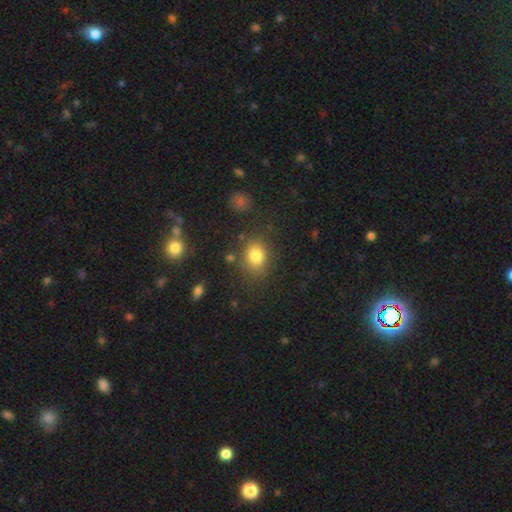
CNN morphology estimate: A smooth galaxy with no disk features (81%) that is round (51%). Merging: none (77%).